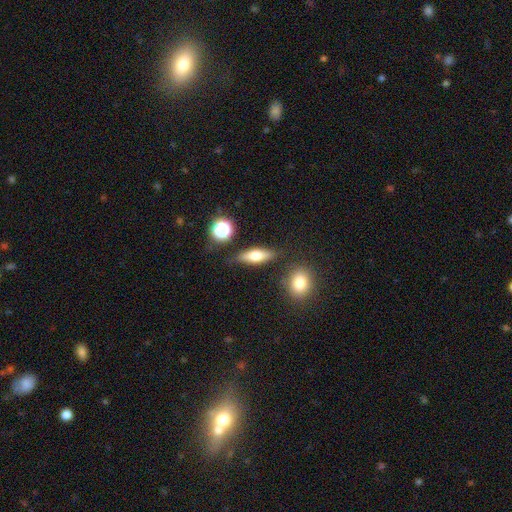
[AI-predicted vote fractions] Morphology: type=smooth (60%); roundness=in between (51%); merging=none (79%).